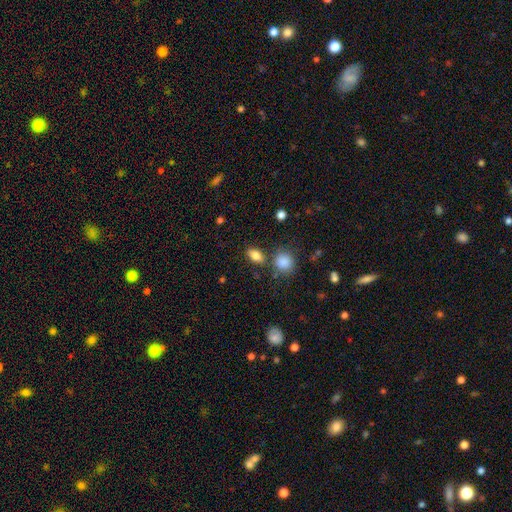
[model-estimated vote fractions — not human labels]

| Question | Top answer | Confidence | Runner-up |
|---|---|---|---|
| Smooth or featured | smooth | 82% | star or artifact (9%) |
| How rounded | in between | 81% | round (14%) |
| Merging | none | 77% | minor disturbance (11%) |